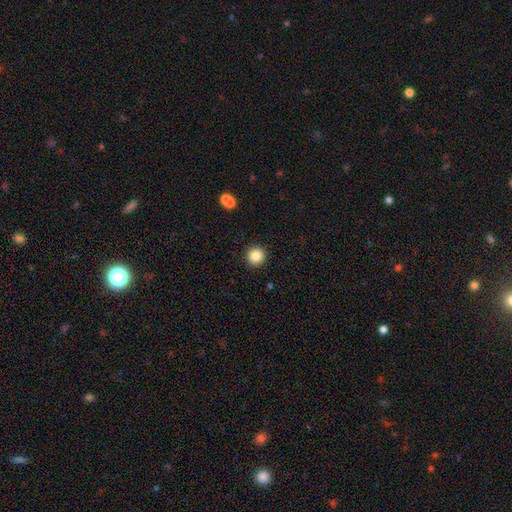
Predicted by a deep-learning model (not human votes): smooth 84%, star or artifact 10%, featured or disk 6%. Down the decision tree: how rounded — round (95%); merging — none (92%).